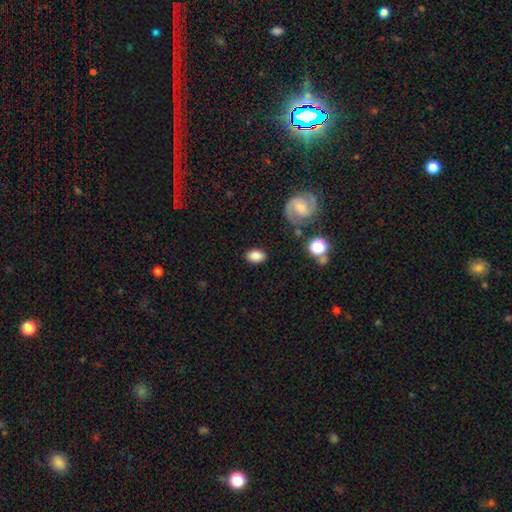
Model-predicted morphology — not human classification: The model was most divided on "how rounded": in between: 85%, round: 14%, cigar-shaped: 1%. More confident: merging — none (83%); smooth or featured — smooth (82%).